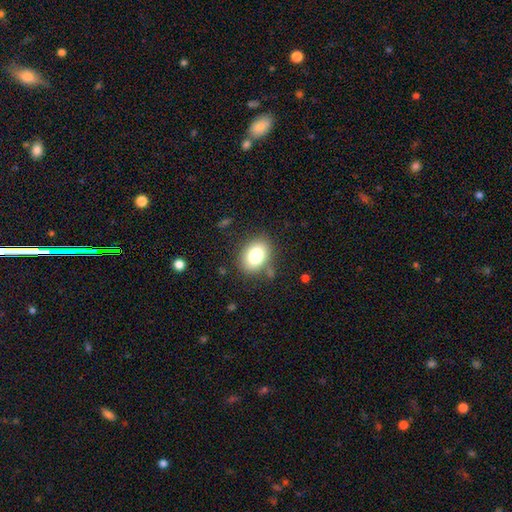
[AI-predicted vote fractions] Morphology: type=smooth (81%); roundness=in between (70%); merging=none (81%).